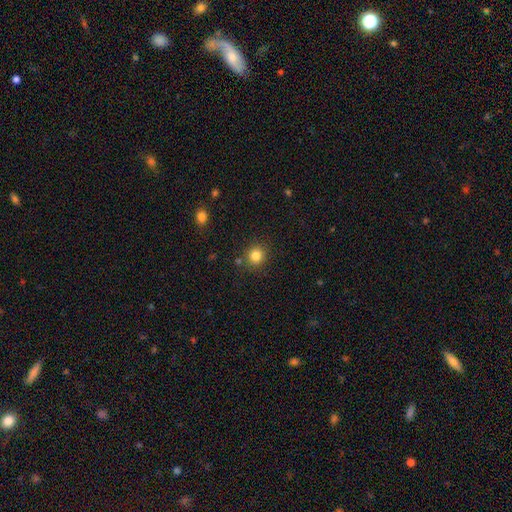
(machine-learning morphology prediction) smooth 83%, star or artifact 12%, featured or disk 5%. Down the decision tree: how rounded — round (89%); merging — none (84%).